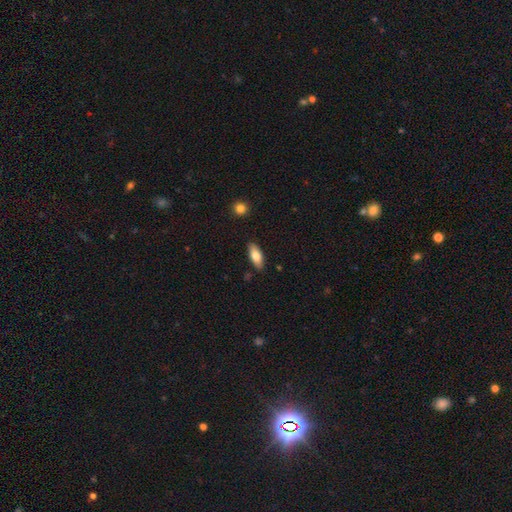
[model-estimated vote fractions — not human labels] Overall: smooth (78%). How rounded: in between (83%). Merging: none (86%).